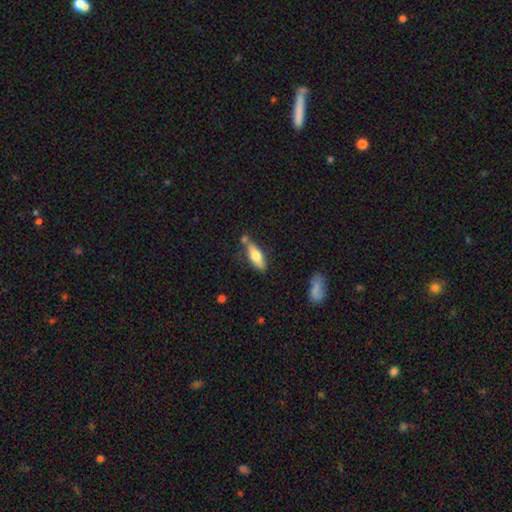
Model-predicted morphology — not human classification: The model was most divided on "how rounded": in between: 59%, cigar-shaped: 38%, round: 3%. More confident: merging — none (64%); smooth or featured — smooth (64%).